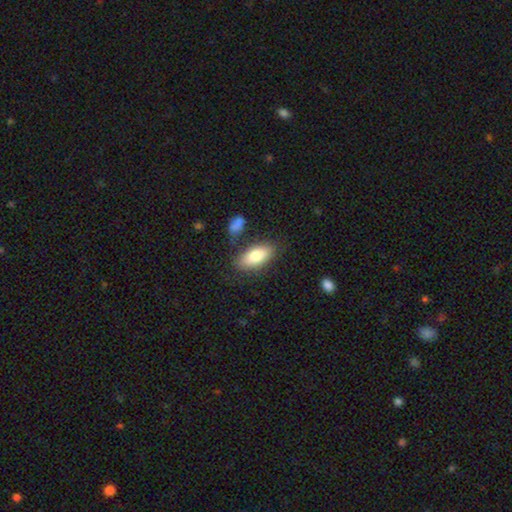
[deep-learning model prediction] The model was most divided on "merging": none: 77%, minor disturbance: 14%, merger: 5%, major disturbance: 4%. More confident: how rounded — in between (87%); smooth or featured — smooth (80%).